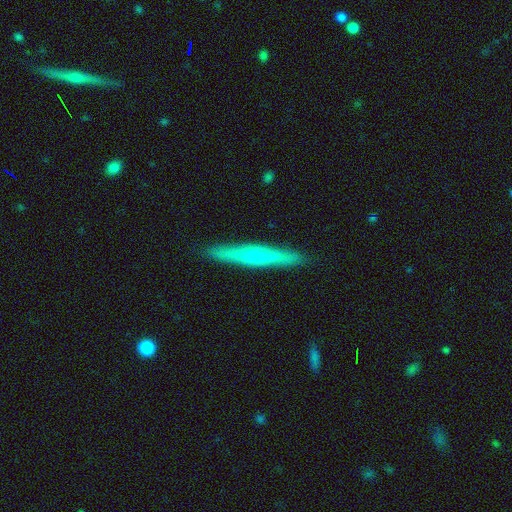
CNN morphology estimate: The model was most divided on "smooth or featured": featured or disk: 68%, smooth: 26%, star or artifact: 6%. More confident: edge-on disk — yes (95%); merging — none (91%); edge-on bulge — rounded (75%).